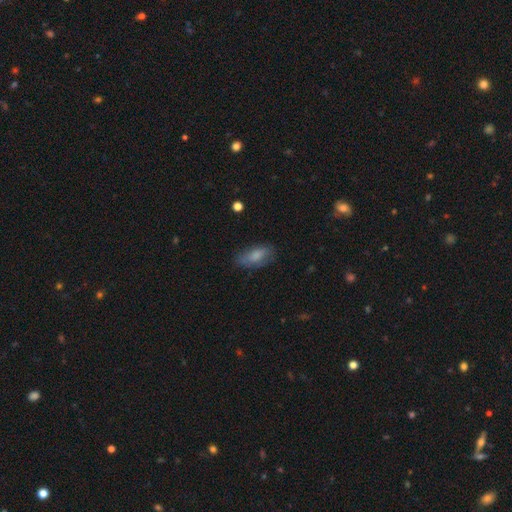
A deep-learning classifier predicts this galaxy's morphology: Smooth or featured? smooth (76%)
How rounded? in between (87%)
Merging? none (68%)